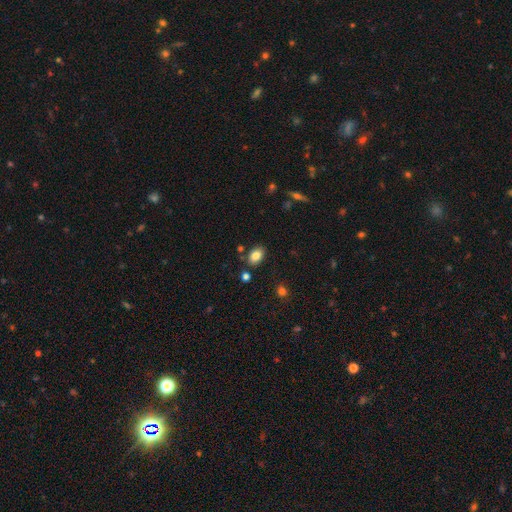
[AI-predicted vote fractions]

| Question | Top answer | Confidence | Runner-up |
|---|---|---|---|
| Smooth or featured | smooth | 84% | star or artifact (9%) |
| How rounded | in between | 84% | round (14%) |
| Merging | none | 81% | minor disturbance (11%) |